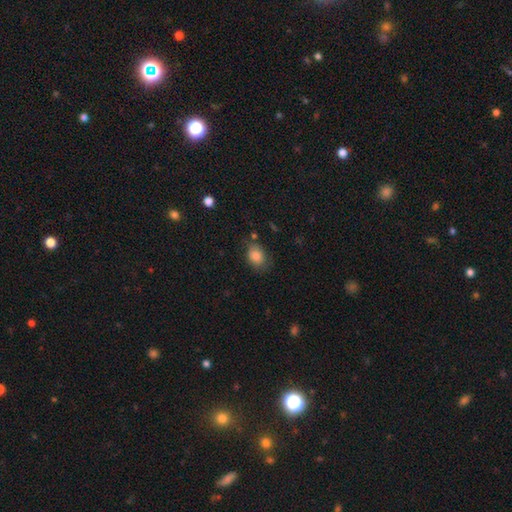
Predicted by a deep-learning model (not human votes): Morphology: type=smooth (85%); roundness=in between (66%); merging=none (69%).